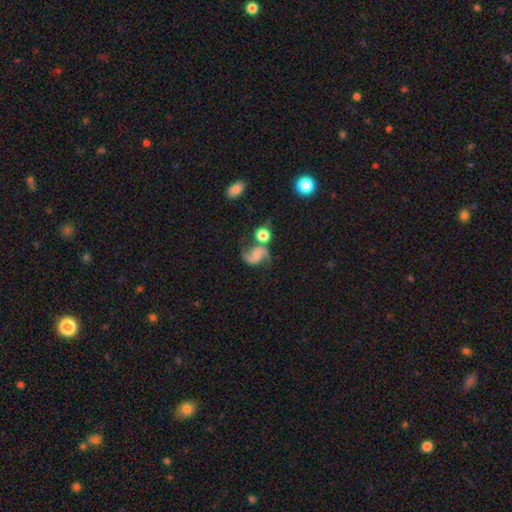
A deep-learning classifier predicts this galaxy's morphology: A featured or disk galaxy (80%) with no bar (55%), 2 (93%) loose (65%) spiral arms (96%) and no central bulge (46%).

Vote fractions:
- Smooth or featured? featured or disk: 80% / smooth: 12% / star or artifact: 8%
- Edge-on disk? no: 98% / yes: 2%
- Bar? no: 55% / weak: 35% / strong: 10%
- Spiral arms? yes: 96% / no: 4%
- Spiral winding? loose: 65% / medium: 30% / tight: 6%
- Spiral arm count? 2: 93% / 1: 3% / can't tell: 2% / 3: 1% / 4: 1% / more than 4: 1%
- Bulge size? none: 46% / small: 29% / moderate: 16% / large: 7% / dominant: 3%
- Merging? none: 56% / merger: 17% / minor disturbance: 17% / major disturbance: 10%